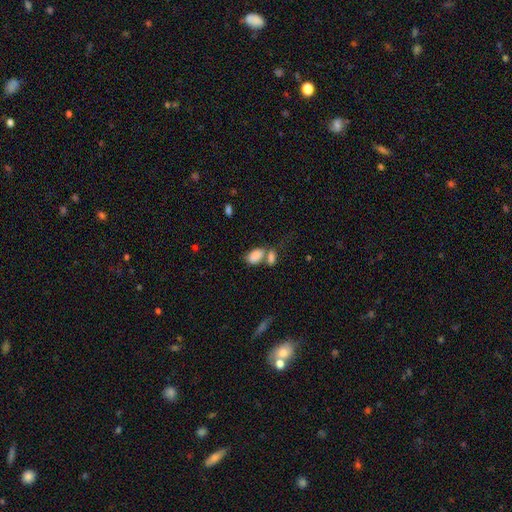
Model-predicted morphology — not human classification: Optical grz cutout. It shows a smooth galaxy with no disk features (84%) that is in between round and cigar-shaped (91%). Merging: merger (50%).